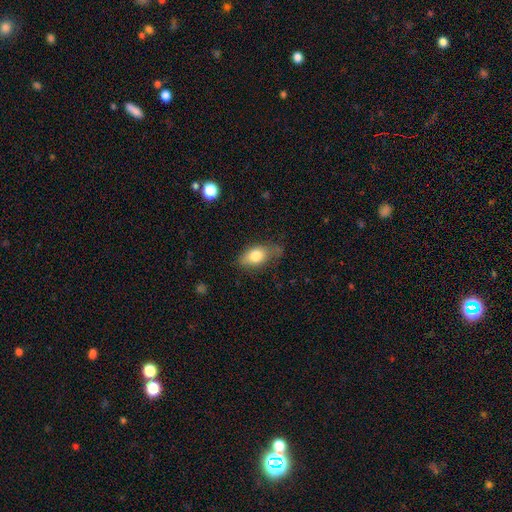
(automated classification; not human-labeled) Overall: smooth (78%). How rounded: in between (87%). Merging: none (56%; minor disturbance 31%).